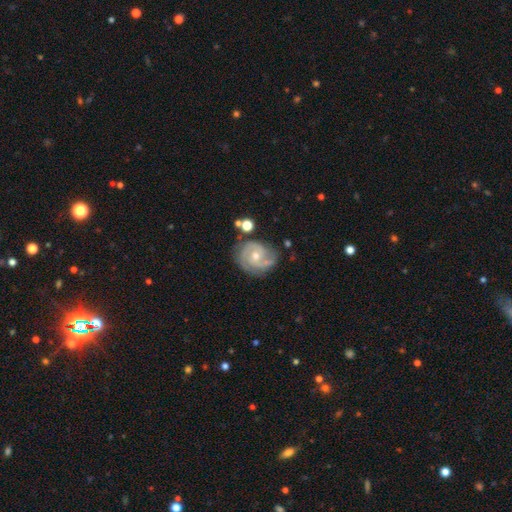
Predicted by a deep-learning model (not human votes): Overall: featured or disk (85%). Edge-on disk: no (98%). Bar: no (66%; weak 30%). Spiral arms: yes (96%). Spiral arm count: 2 (64%). Spiral winding: tight (53%; medium 38%). Bulge size: moderate (50%; small 46%). Merging: none (65%).